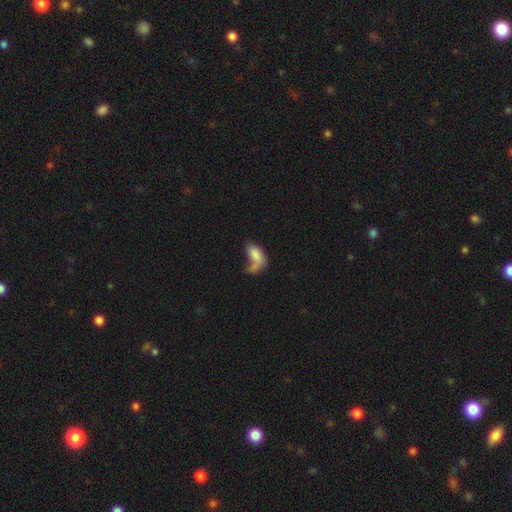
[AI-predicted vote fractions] Overall: smooth (68%). How rounded: in between (90%). Merging: major disturbance (39%; none 25%).